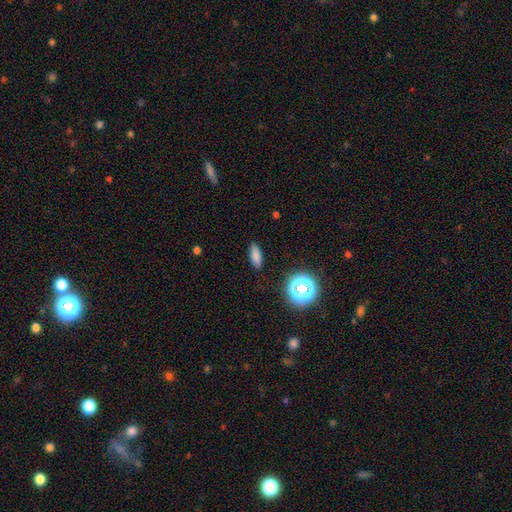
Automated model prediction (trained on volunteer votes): The model was most divided on "how rounded": in between: 69%, cigar-shaped: 26%, round: 6%. More confident: merging — none (87%); smooth or featured — smooth (79%).